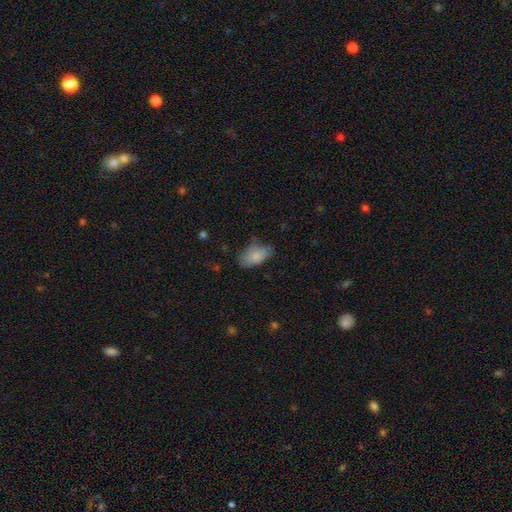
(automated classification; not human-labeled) smooth 80%, featured or disk 12%, star or artifact 8%. Down the decision tree: how rounded — in between (93%); merging — none (53%).